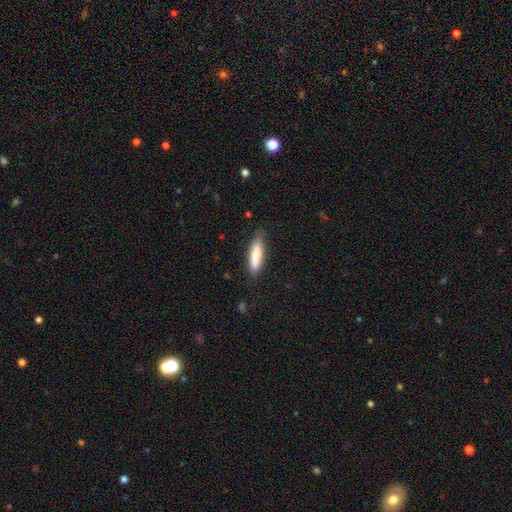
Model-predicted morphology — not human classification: Smooth or featured? Predicted: smooth (p=0.79). How rounded? Predicted: cigar-shaped (p=0.68). Merging? Predicted: none (p=0.77).